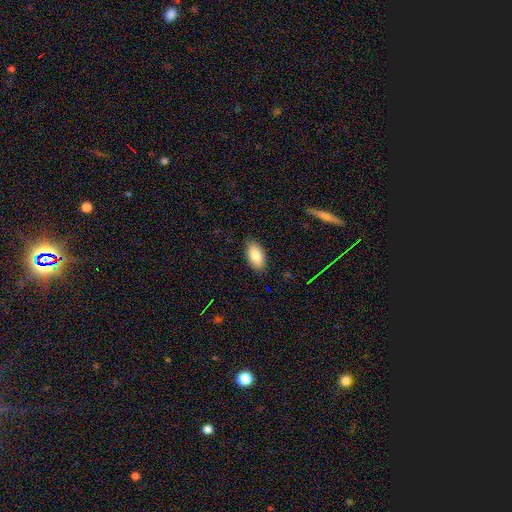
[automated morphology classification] The model was most divided on "smooth or featured": smooth: 82%, featured or disk: 11%, star or artifact: 7%. More confident: how rounded — in between (93%); merging — none (86%).